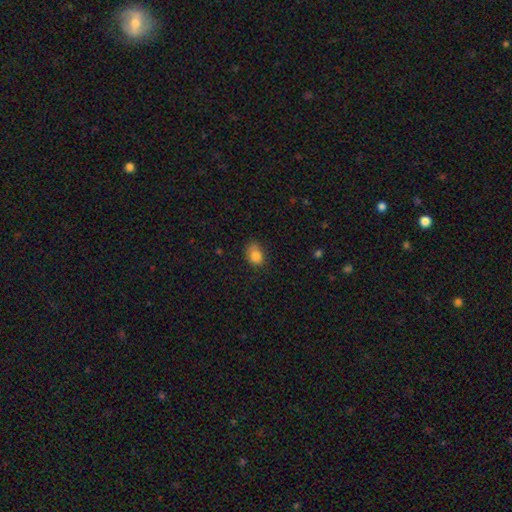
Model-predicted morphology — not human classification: smooth_or_featured: smooth (p=0.84) [alt: star or artifact p=0.10]
how_rounded: in between (p=0.64) [alt: round p=0.35]
merging: none (p=0.61) [alt: minor disturbance p=0.30]